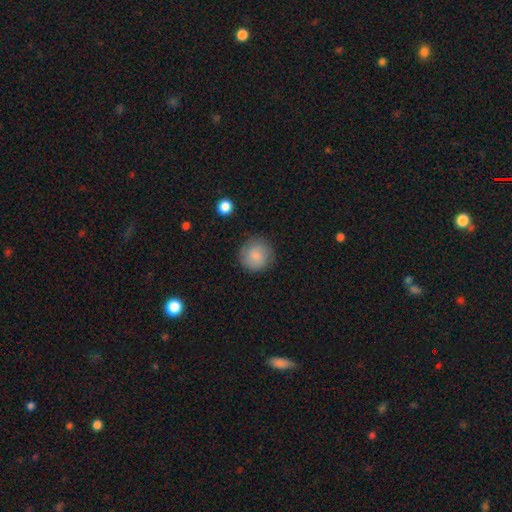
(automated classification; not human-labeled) The model was most divided on "smooth or featured": smooth: 83%, featured or disk: 10%, star or artifact: 7%. More confident: how rounded — round (94%); merging — none (85%).